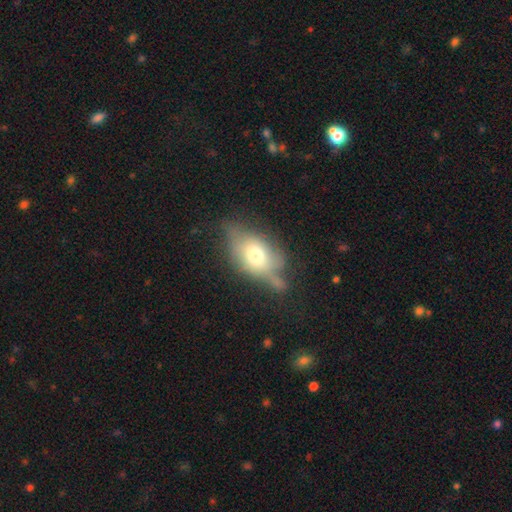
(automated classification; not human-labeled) Smooth or featured?
  - smooth: 54% *
  - featured or disk: 37%
  - star or artifact: 9%
How rounded?
  - in between: 78% *
  - round: 15%
  - cigar-shaped: 6%
Merging?
  - none: 43% *
  - minor disturbance: 30%
  - major disturbance: 19%
  - merger: 9%